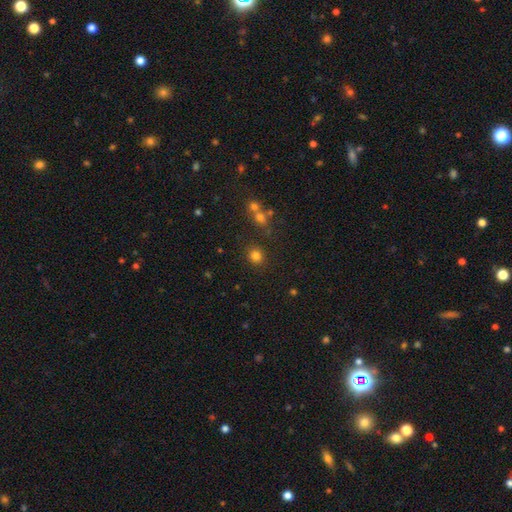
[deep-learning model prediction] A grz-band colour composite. It shows a smooth galaxy with no disk features (80%) that is round (84%). Merging: none (85%).